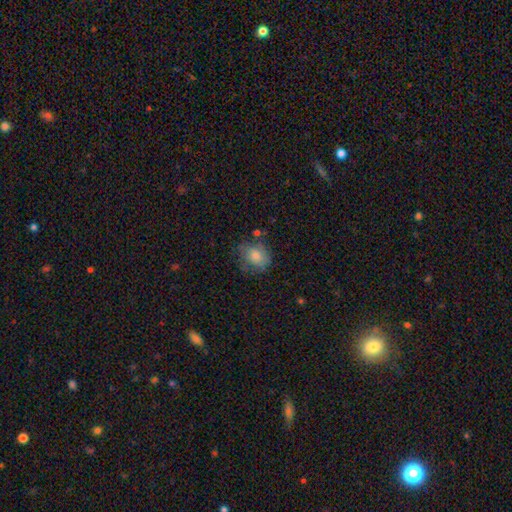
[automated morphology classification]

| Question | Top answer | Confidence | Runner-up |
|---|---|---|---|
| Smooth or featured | smooth | 74% | featured or disk (16%) |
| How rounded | round | 61% | in between (38%) |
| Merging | none | 68% | minor disturbance (22%) |